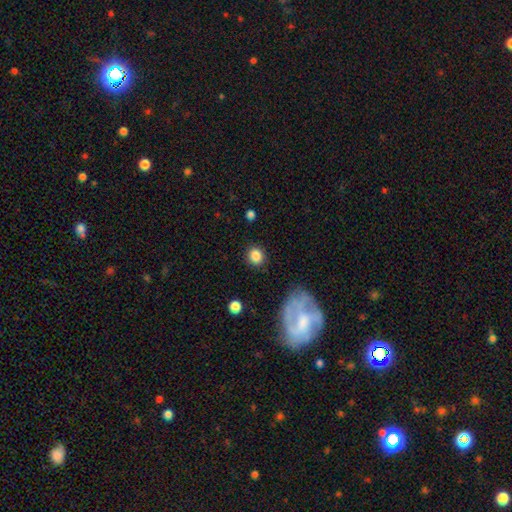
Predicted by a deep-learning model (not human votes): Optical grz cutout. It shows a smooth galaxy with no disk features (85%) that is round (79%). Merging: none (88%).